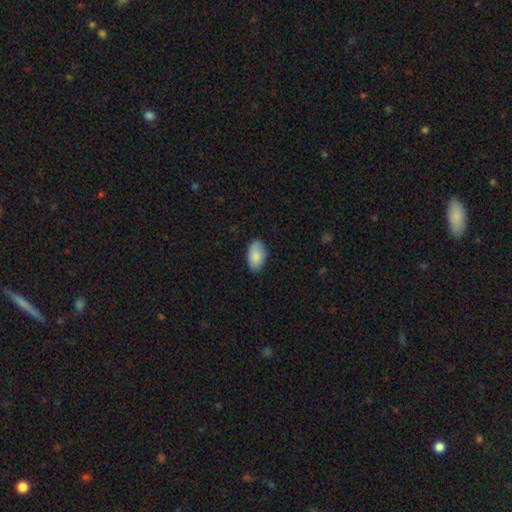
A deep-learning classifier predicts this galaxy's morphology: Smooth or featured? smooth (87%)
How rounded? in between (94%)
Merging? none (80%)